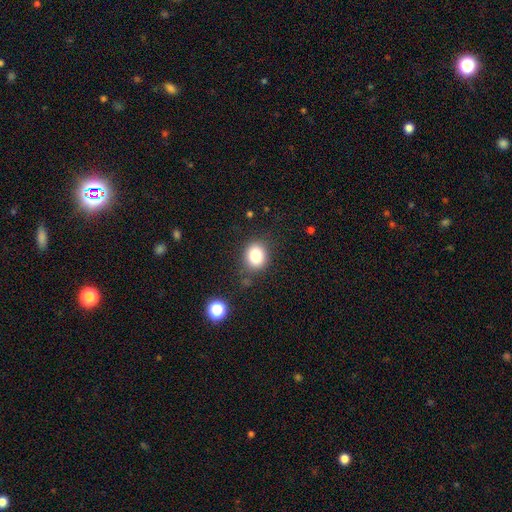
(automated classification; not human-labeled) Smooth or featured? smooth (82%)
How rounded? round (66%)
Merging? none (83%)